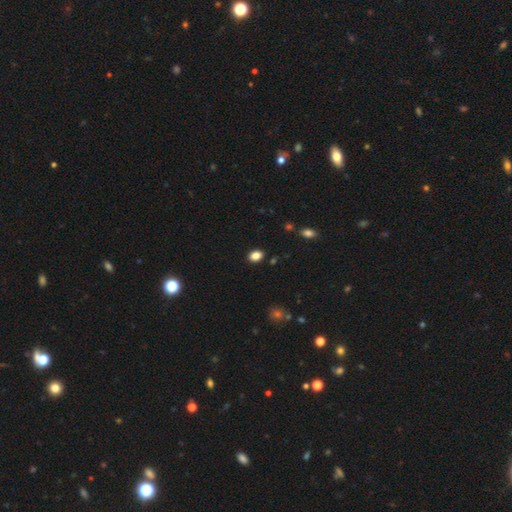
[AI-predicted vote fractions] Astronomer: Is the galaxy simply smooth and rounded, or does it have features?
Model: smooth — 85%.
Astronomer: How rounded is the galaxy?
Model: in between — 73%.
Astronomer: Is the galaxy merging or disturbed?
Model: none — 87%.